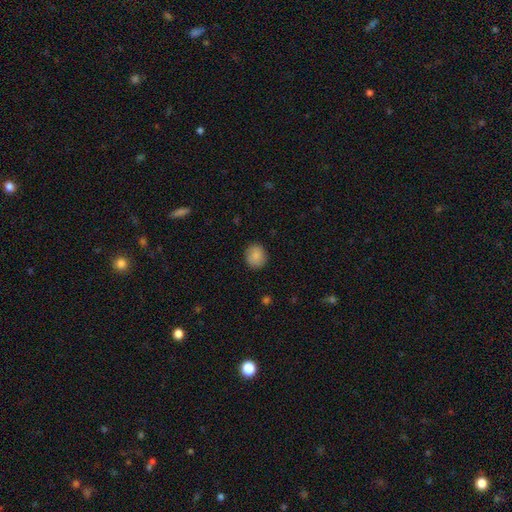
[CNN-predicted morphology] Overall: smooth (87%). How rounded: round (84%). Merging: none (88%).